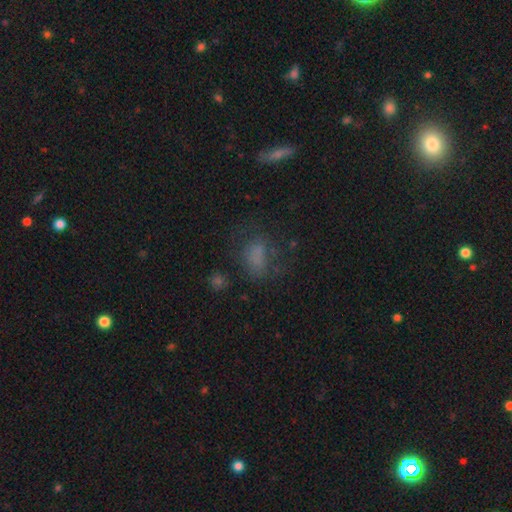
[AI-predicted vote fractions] Smooth or featured?
  - smooth: 54% *
  - star or artifact: 26%
  - featured or disk: 20%
How rounded?
  - in between: 72% *
  - round: 24%
  - cigar-shaped: 4%
Merging?
  - none: 56% *
  - minor disturbance: 21%
  - major disturbance: 20%
  - merger: 3%